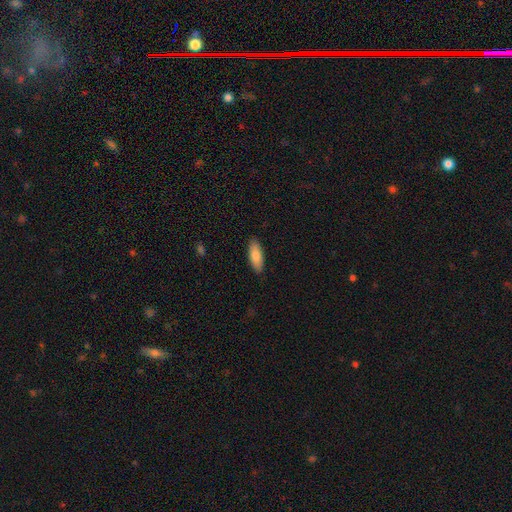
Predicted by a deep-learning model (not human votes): smooth-or-featured: smooth: 81% | featured or disk: 13% | star or artifact: 6%
  how-rounded: in between: 70% | cigar-shaped: 28% | round: 2%
  merging: none: 89% | minor disturbance: 8% | major disturbance: 2% | merger: 1%